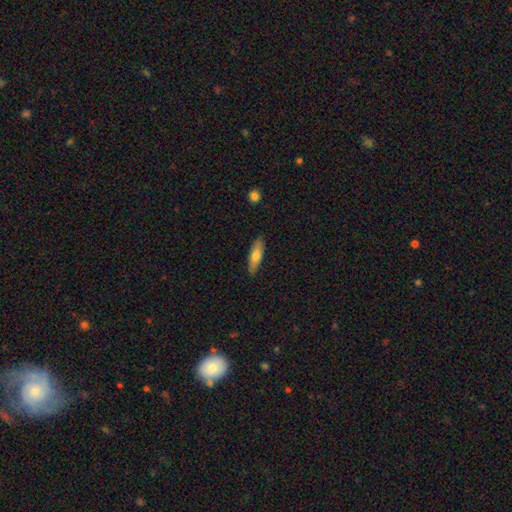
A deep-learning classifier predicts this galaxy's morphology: Smooth or featured? smooth (68%)
How rounded? cigar-shaped (54%)
Merging? none (87%)